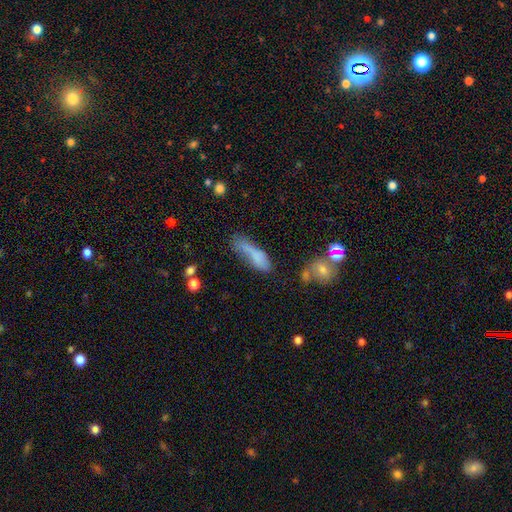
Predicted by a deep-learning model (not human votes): smooth_or_featured: smooth (p=0.72) [alt: featured or disk p=0.18]
how_rounded: cigar-shaped (p=0.53) [alt: in between p=0.44]
merging: none (p=0.33) [alt: minor disturbance p=0.28]